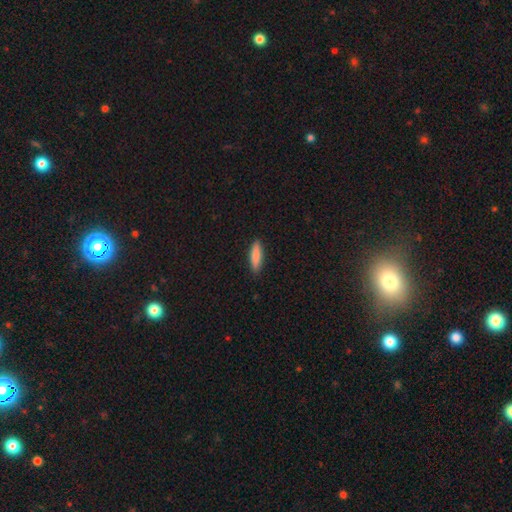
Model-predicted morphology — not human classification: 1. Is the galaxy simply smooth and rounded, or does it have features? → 86% smooth, 9% featured or disk, 6% star or artifact.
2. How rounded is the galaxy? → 67% cigar-shaped, 32% in between, 2% round.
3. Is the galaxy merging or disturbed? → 90% none, 8% minor disturbance, 2% major disturbance, 1% merger.